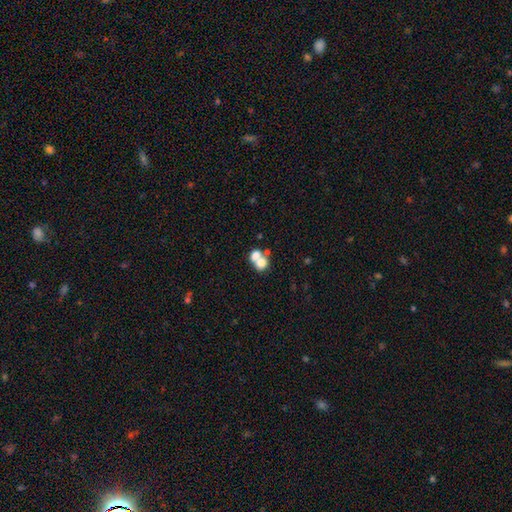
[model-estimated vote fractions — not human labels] This is likely a smooth galaxy (70%). How rounded: possibly round (55%). Merging: likely merger (63%).